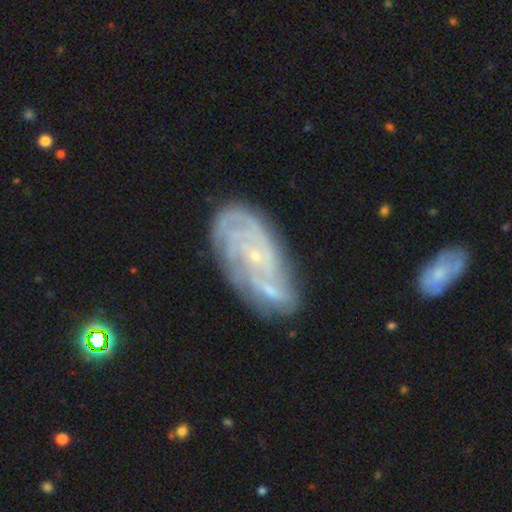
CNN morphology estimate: Smooth or featured: featured or disk — 82% (smooth — 10%)
Edge-on disk: no — 95% (yes — 5%)
Bar: no — 70% (weak — 24%)
Spiral arms: yes — 94% (no — 6%)
Spiral winding: tight — 66% (medium — 27%)
Spiral arm count: can't tell — 33% (4 — 20%)
Bulge size: small — 85% (moderate — 10%)
Merging: none — 58% (minor disturbance — 21%)